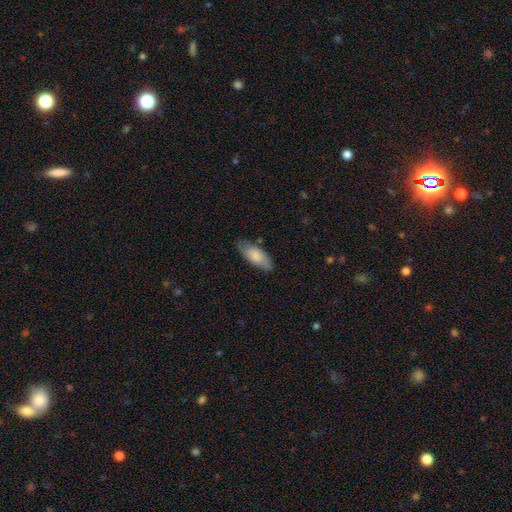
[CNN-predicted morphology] Smooth or featured? Predicted: smooth (p=0.74). How rounded? Predicted: in between (p=0.82). Merging? Predicted: none (p=0.76).